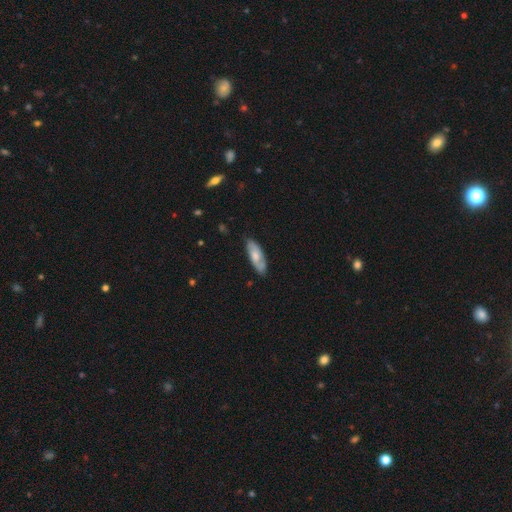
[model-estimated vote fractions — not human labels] Smooth or featured?
  - smooth: 51% *
  - featured or disk: 43%
  - star or artifact: 6%
How rounded?
  - in between: 65% *
  - cigar-shaped: 32%
  - round: 2%
Merging?
  - none: 79% *
  - minor disturbance: 17%
  - major disturbance: 3%
  - merger: 1%